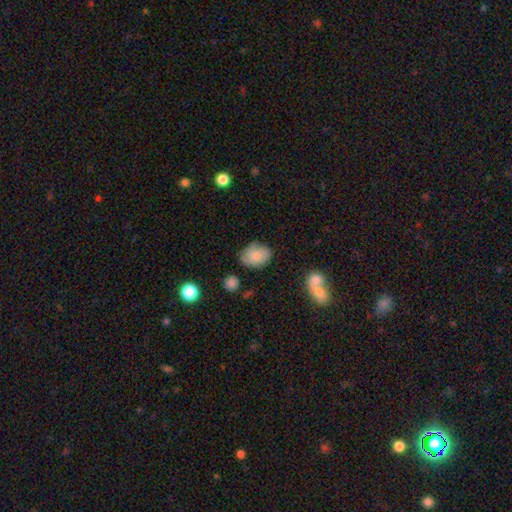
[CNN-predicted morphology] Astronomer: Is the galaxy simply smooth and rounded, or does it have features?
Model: smooth — 71%.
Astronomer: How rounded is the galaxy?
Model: in between — 72%.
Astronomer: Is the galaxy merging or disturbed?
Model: none — 69%.